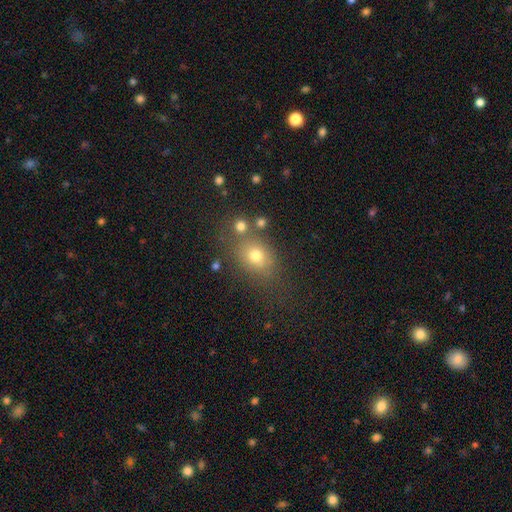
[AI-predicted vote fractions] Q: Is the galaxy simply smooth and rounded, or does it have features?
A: smooth — 68%.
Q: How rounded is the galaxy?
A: in between — 54%.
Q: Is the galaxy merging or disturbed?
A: none — 66%.